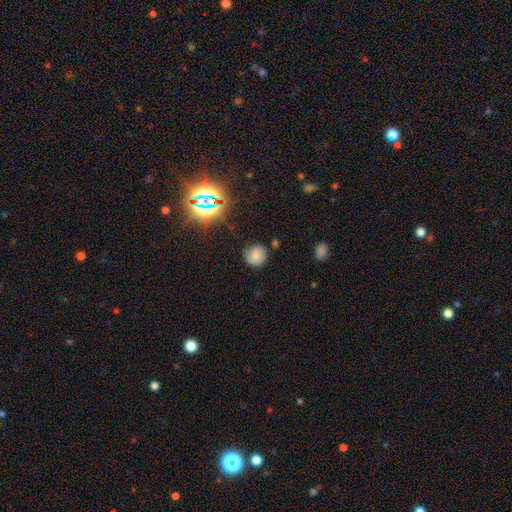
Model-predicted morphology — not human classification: Q: Smooth or featured?
A: smooth (72%); runner-up: star or artifact (15%)
Q: How rounded?
A: round (86%); runner-up: in between (13%)
Q: Merging?
A: none (78%); runner-up: minor disturbance (16%)